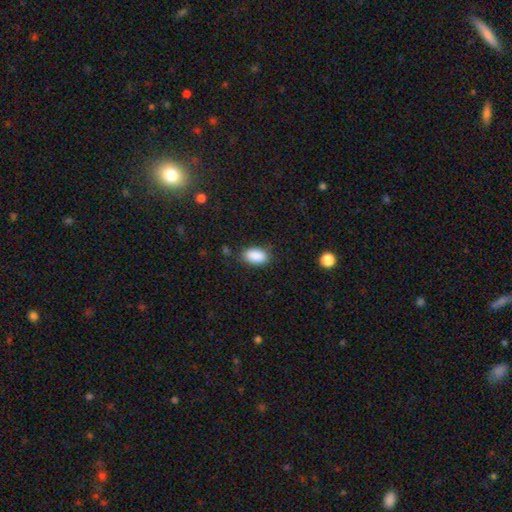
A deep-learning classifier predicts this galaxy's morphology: A smooth galaxy with no disk features (90%) that is in between round and cigar-shaped (93%). Merging: none (82%).